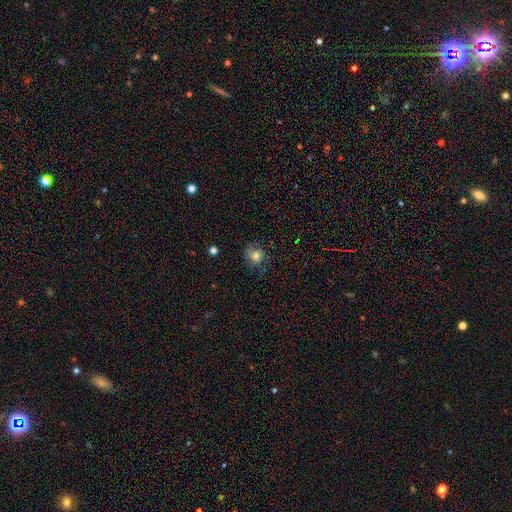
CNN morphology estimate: type=smooth (73%); roundness=round (75%); merging=none (62%).